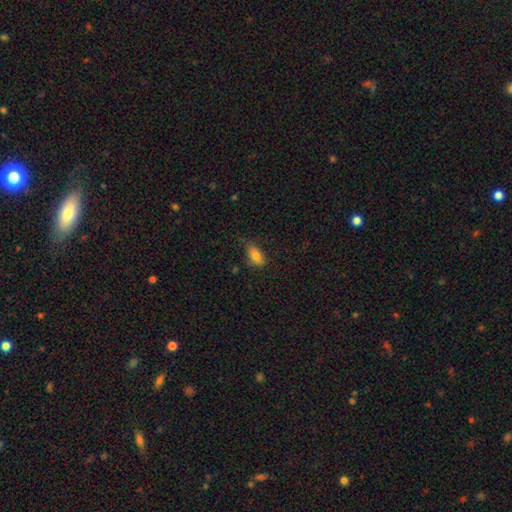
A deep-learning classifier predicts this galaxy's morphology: Smooth or featured: smooth — 82% (featured or disk — 10%)
How rounded: in between — 88% (cigar-shaped — 8%)
Merging: none — 67% (minor disturbance — 25%)